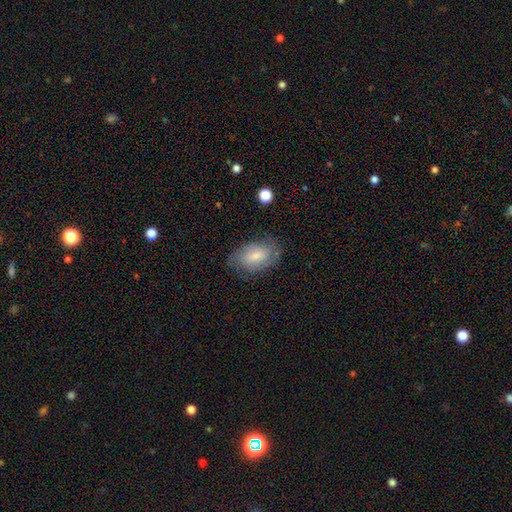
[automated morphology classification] Smooth or featured: featured or disk — 48% (smooth — 45%)
Merging: none — 71% (minor disturbance — 20%)